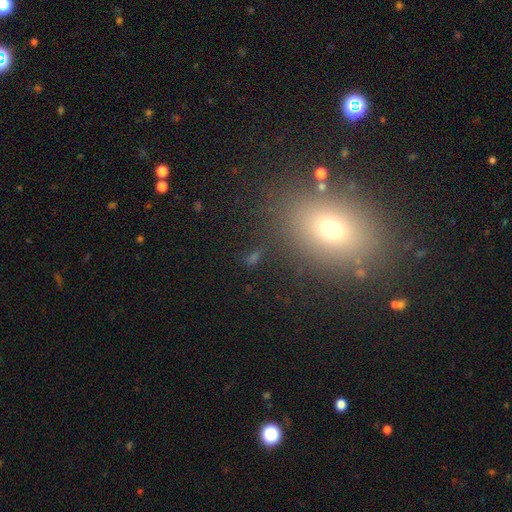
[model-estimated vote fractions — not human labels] This is possibly a smooth galaxy (55%). How rounded: likely in between (60%). Merging: likely none (79%).